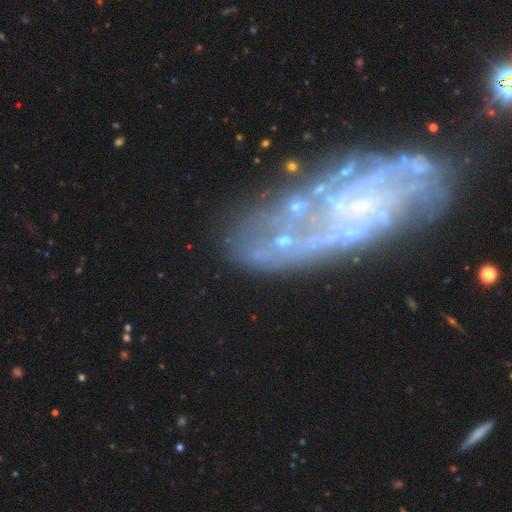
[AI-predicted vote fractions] A featured or disk galaxy (76%) with no bar (70%), spiral arms (70%) and a small central bulge (63%). Merging: none (59%).